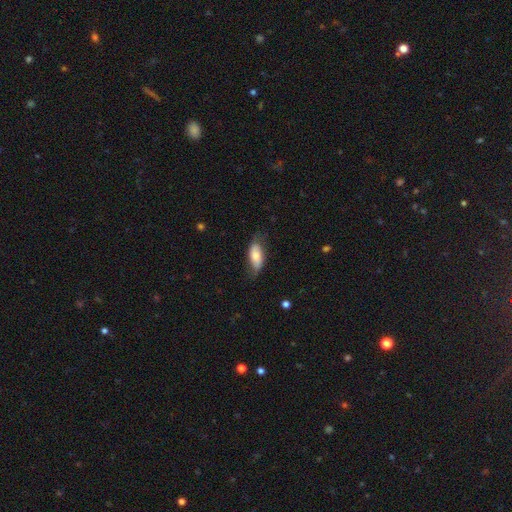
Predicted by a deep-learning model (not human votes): smooth_or_featured: smooth (p=0.68) [alt: featured or disk p=0.26]
how_rounded: in between (p=0.84) [alt: cigar-shaped p=0.13]
merging: none (p=0.61) [alt: minor disturbance p=0.28]